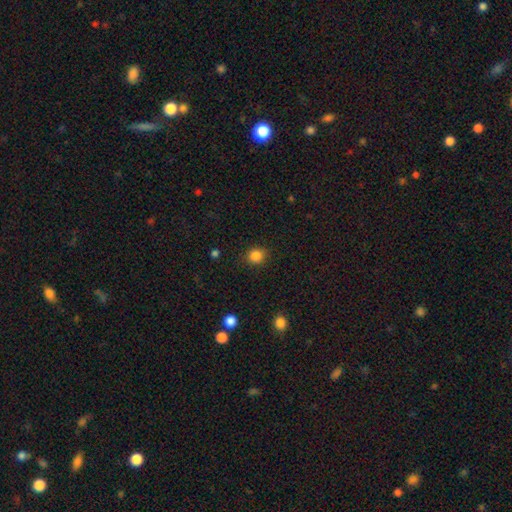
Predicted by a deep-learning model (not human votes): Morphology: type=smooth (85%); roundness=round (82%); merging=none (88%).